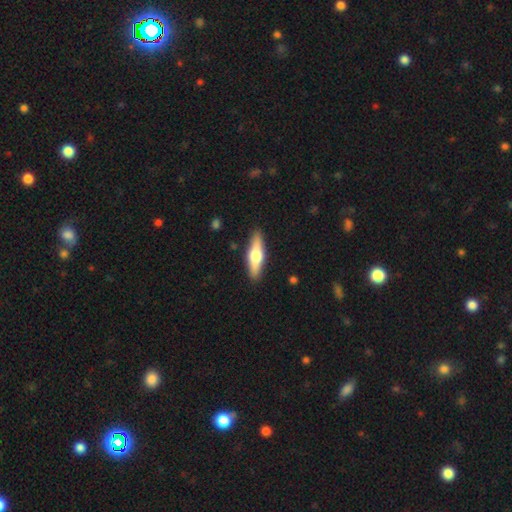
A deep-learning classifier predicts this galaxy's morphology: smooth_or_featured: smooth (p=0.48) [alt: featured or disk p=0.47]
merging: none (p=0.90) [alt: minor disturbance p=0.08]